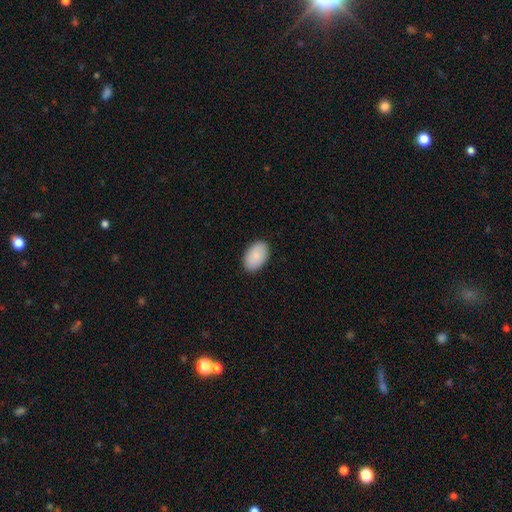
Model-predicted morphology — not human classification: smooth_or_featured: smooth (p=0.89) [alt: star or artifact p=0.06]
how_rounded: in between (p=0.93) [alt: round p=0.06]
merging: none (p=0.89) [alt: minor disturbance p=0.08]